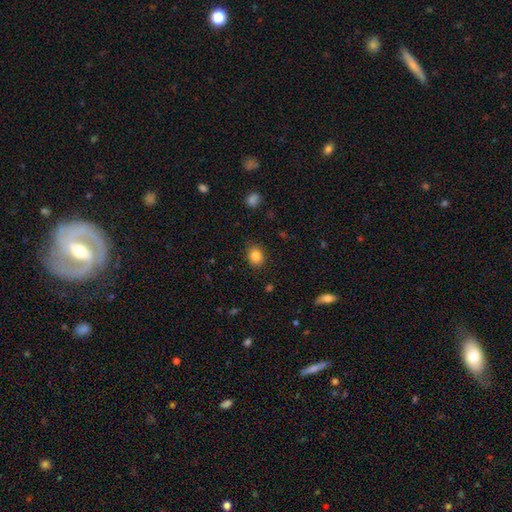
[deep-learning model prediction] Smooth or featured? smooth (84%)
How rounded? round (53%)
Merging? none (87%)